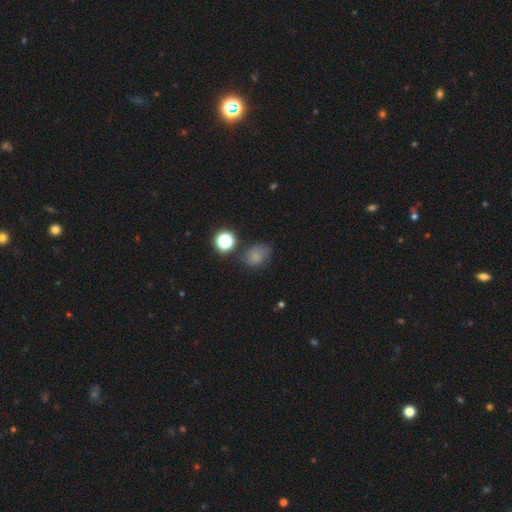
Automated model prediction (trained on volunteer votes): Q: Smooth or featured?
A: smooth (68%); runner-up: star or artifact (18%)
Q: How rounded?
A: in between (54%); runner-up: round (45%)
Q: Merging?
A: none (59%); runner-up: minor disturbance (26%)